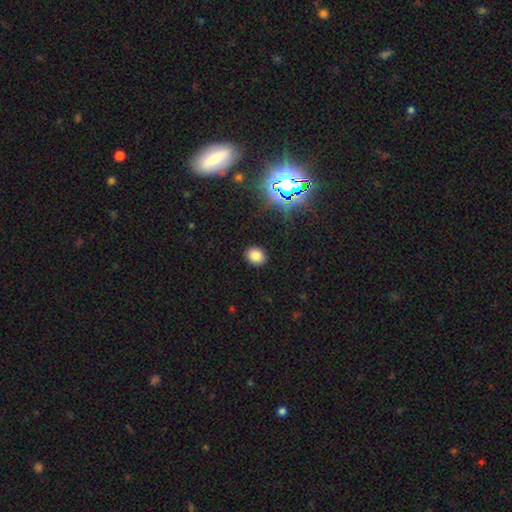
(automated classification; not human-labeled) A smooth galaxy with no disk features (79%) that is round (52%). Merging: none (89%).